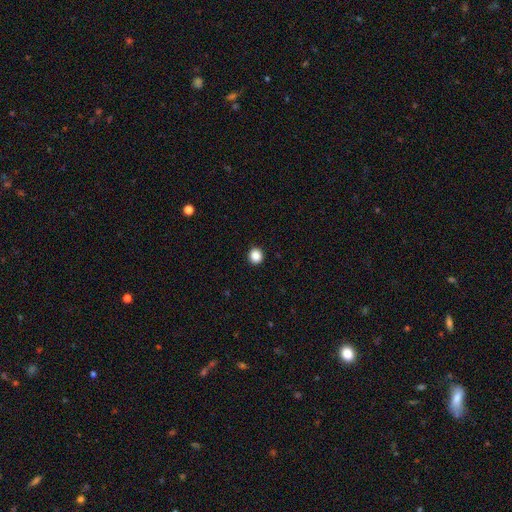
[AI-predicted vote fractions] Q: Smooth or featured?
A: smooth (87%); runner-up: star or artifact (10%)
Q: How rounded?
A: round (91%); runner-up: in between (8%)
Q: Merging?
A: none (93%); runner-up: minor disturbance (4%)